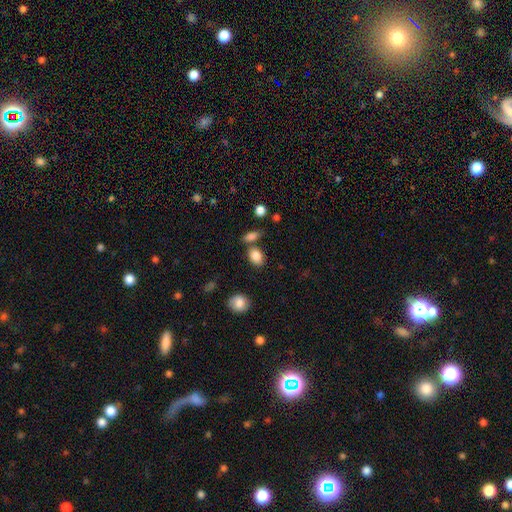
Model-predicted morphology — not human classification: type=smooth (85%); roundness=in between (76%); merging=none (66%).